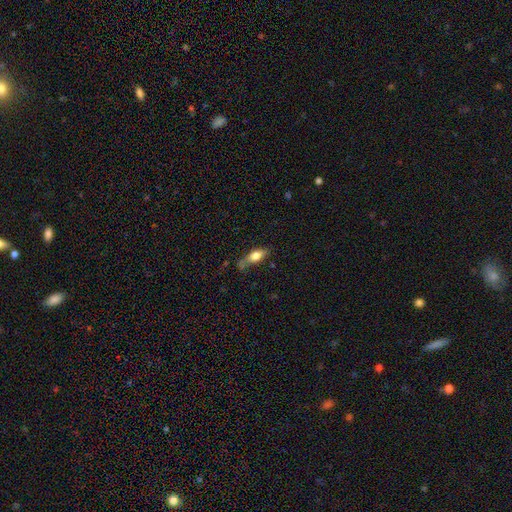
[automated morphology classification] Overall: smooth (68%). How rounded: in between (69%). Merging: none (52%; minor disturbance 29%).